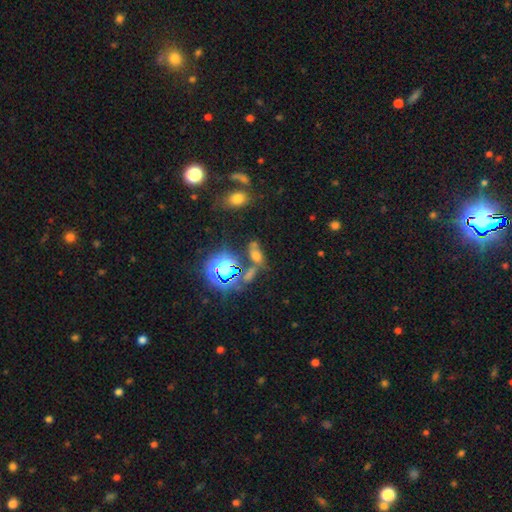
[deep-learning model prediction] A star or artifact, not a galaxy (45%).

Vote fractions:
- Smooth or featured? star or artifact: 45% / smooth: 39% / featured or disk: 16%